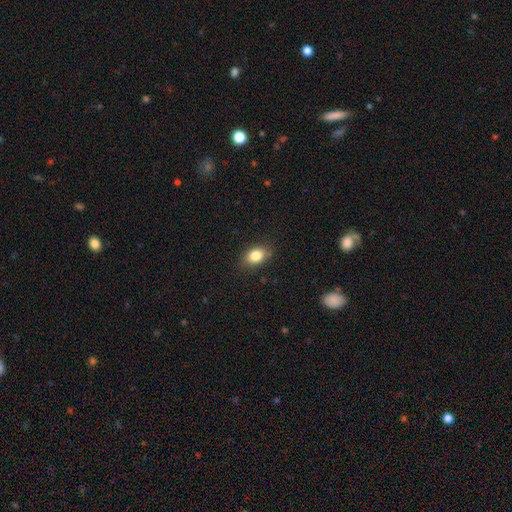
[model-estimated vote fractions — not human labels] This is clearly a smooth galaxy (83%). How rounded: likely in between (75%). Merging: clearly none (83%).